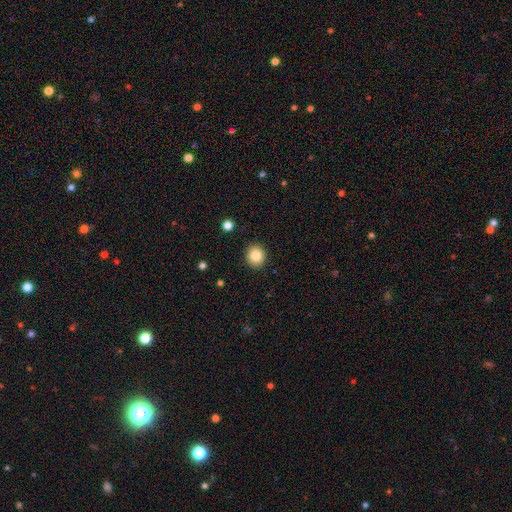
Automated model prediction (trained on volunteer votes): Overall: smooth (84%). How rounded: round (82%). Merging: none (91%).